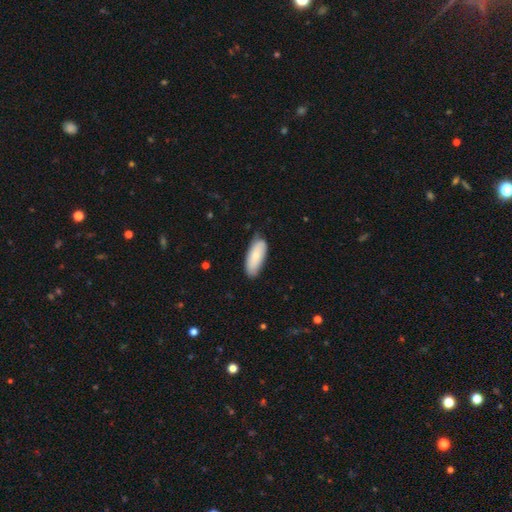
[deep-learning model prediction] Morphology: type=smooth (76%); roundness=in between (81%); merging=none (76%).